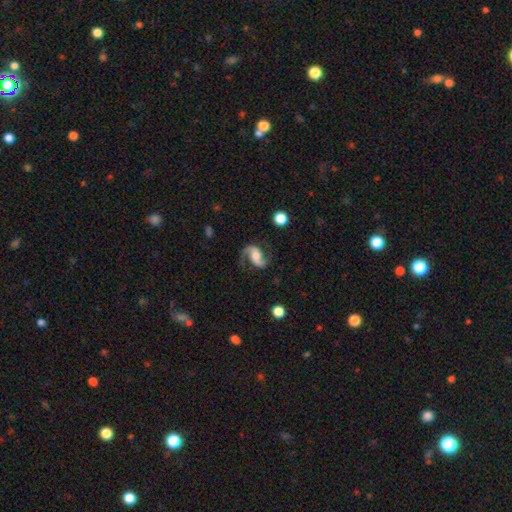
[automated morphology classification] Q: Smooth or featured?
A: featured or disk (88%); runner-up: smooth (7%)
Q: Edge-on disk?
A: no (98%); runner-up: yes (2%)
Q: Bar?
A: no (49%); runner-up: weak (35%)
Q: Spiral arms?
A: yes (97%); runner-up: no (3%)
Q: Spiral winding?
A: loose (51%); runner-up: medium (40%)
Q: Spiral arm count?
A: 2 (93%); runner-up: 1 (3%)
Q: Bulge size?
A: moderate (46%); runner-up: small (25%)
Q: Merging?
A: none (76%); runner-up: minor disturbance (14%)